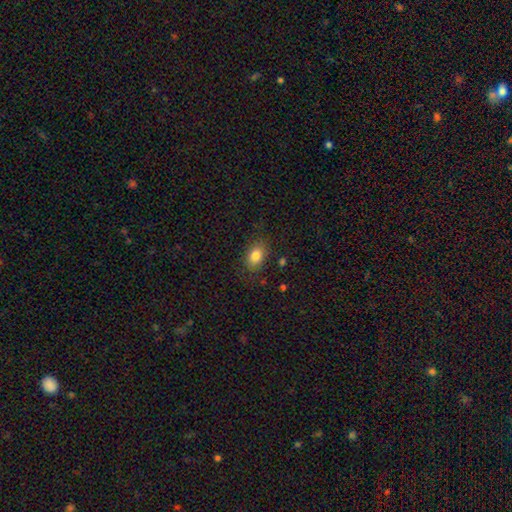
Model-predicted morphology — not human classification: type=smooth (83%); roundness=in between (79%); merging=none (82%).